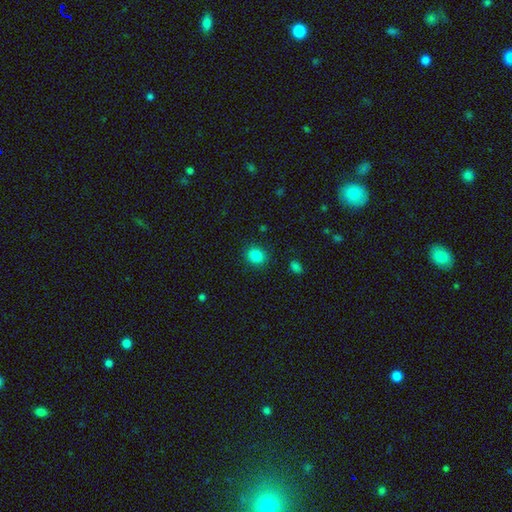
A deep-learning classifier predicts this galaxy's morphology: smooth_or_featured: smooth (p=0.85) [alt: star or artifact p=0.11]
how_rounded: round (p=0.64) [alt: in between p=0.35]
merging: none (p=0.88) [alt: minor disturbance p=0.08]